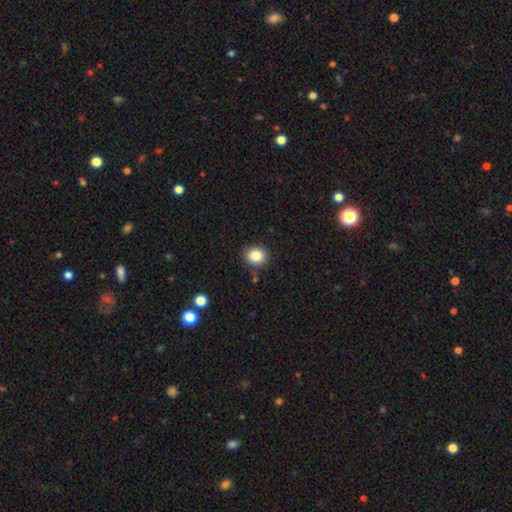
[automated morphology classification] A smooth galaxy with no disk features (85%) that is round (77%). Merging: none (87%).